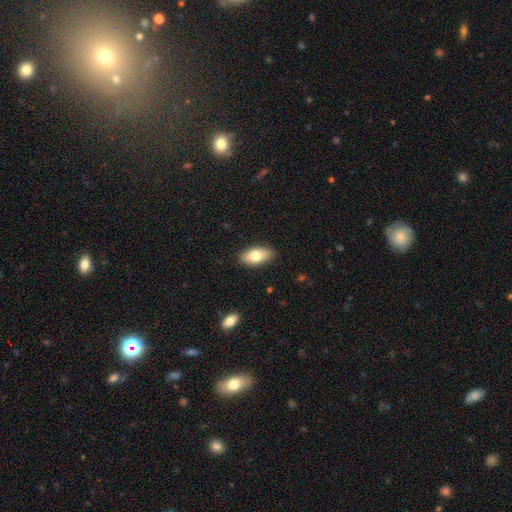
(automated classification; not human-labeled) Q: Smooth or featured?
A: smooth (76%); runner-up: featured or disk (17%)
Q: How rounded?
A: in between (90%); runner-up: cigar-shaped (7%)
Q: Merging?
A: none (88%); runner-up: minor disturbance (9%)